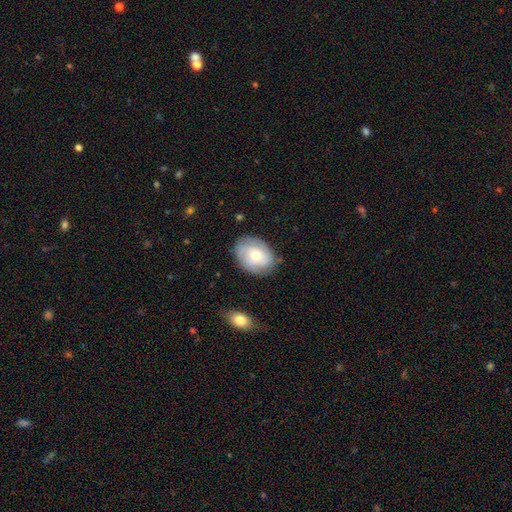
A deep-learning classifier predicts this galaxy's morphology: The model was most divided on "smooth or featured": featured or disk: 50%, smooth: 44%, star or artifact: 7%. More confident: merging — none (77%).